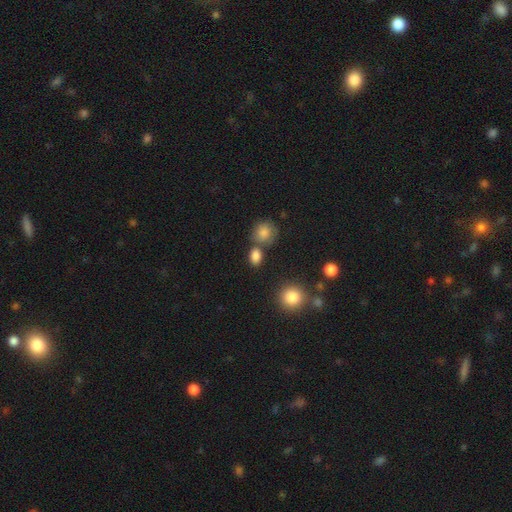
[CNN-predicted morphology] Smooth or featured: smooth — 84% (star or artifact — 11%)
How rounded: in between — 62% (round — 36%)
Merging: none — 63% (merger — 20%)